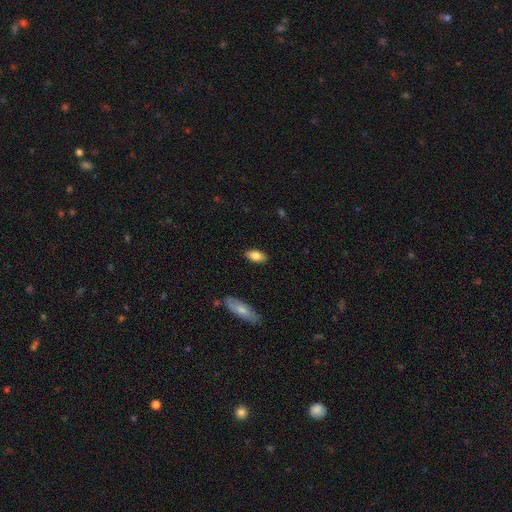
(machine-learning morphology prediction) Smooth or featured? smooth (81%)
How rounded? in between (89%)
Merging? none (87%)